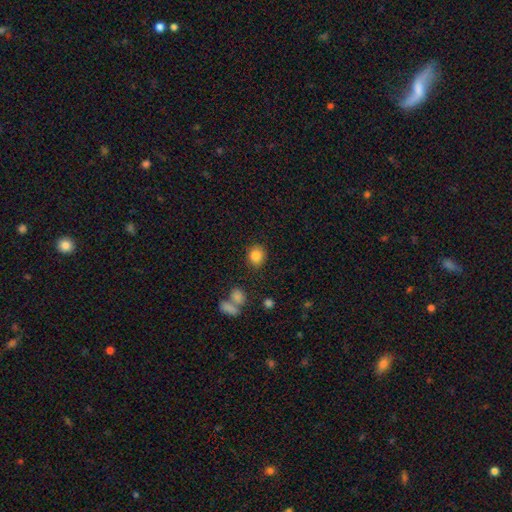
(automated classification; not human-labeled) Smooth or featured? Predicted: smooth (p=0.84). How rounded? Predicted: round (p=0.72). Merging? Predicted: none (p=0.84).